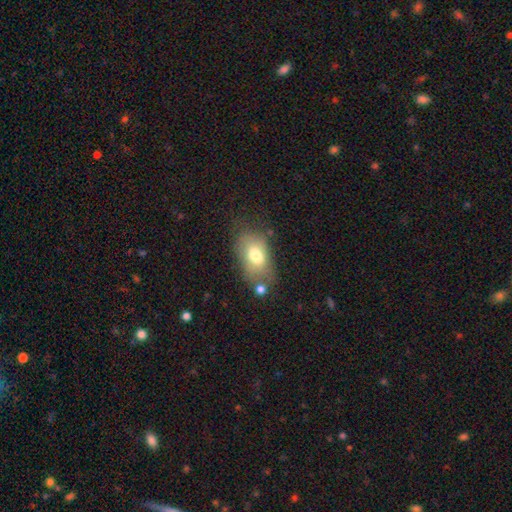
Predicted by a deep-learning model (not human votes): This appears to be a smooth galaxy with no disk features (71%) that is in between round and cigar-shaped (87%). Merging: none (51%).